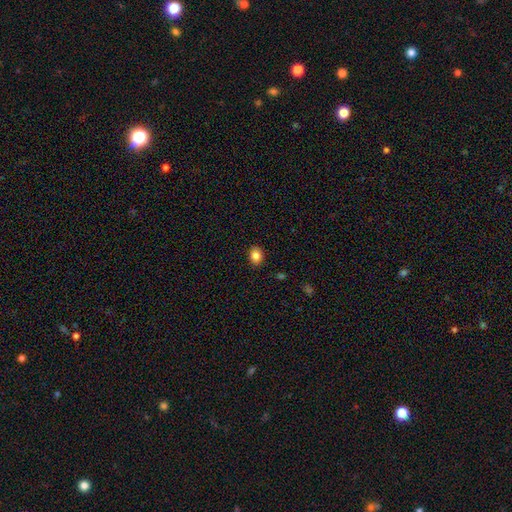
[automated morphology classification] smooth-or-featured: smooth: 85% | star or artifact: 10% | featured or disk: 5%
  how-rounded: in between: 53% | round: 46% | cigar-shaped: 1%
  merging: none: 89% | minor disturbance: 8% | major disturbance: 2% | merger: 1%